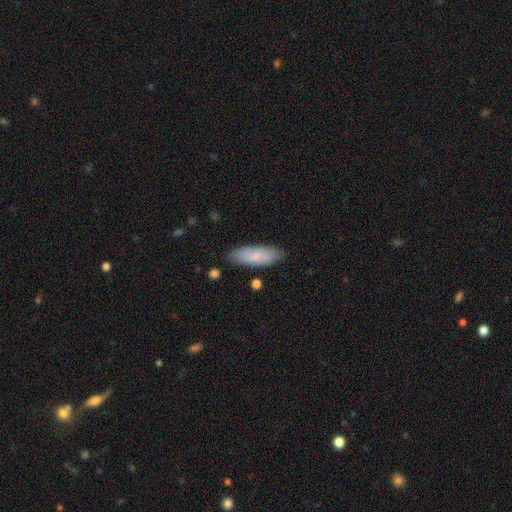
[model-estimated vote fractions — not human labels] A smooth galaxy with no disk features (75%) that is in between round and cigar-shaped (69%).

Vote fractions:
- Smooth or featured? smooth: 75% / featured or disk: 19% / star or artifact: 6%
- How rounded? in between: 69% / cigar-shaped: 29% / round: 2%
- Merging? none: 83% / minor disturbance: 13% / major disturbance: 2% / merger: 2%